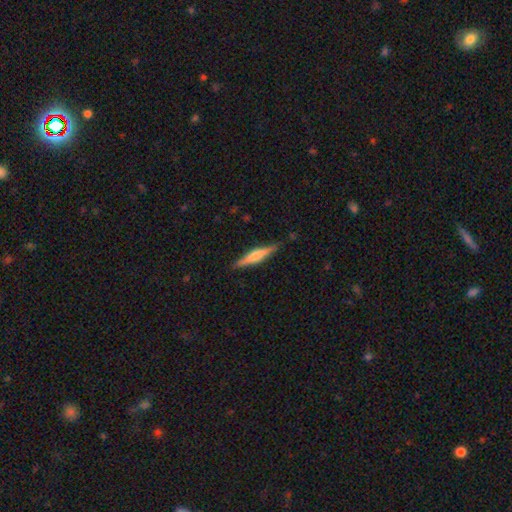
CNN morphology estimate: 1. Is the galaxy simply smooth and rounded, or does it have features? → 50% featured or disk, 44% smooth, 6% star or artifact.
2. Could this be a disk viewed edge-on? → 96% yes, 4% no.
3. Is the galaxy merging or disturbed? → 87% none, 10% minor disturbance, 2% major disturbance, 1% merger.